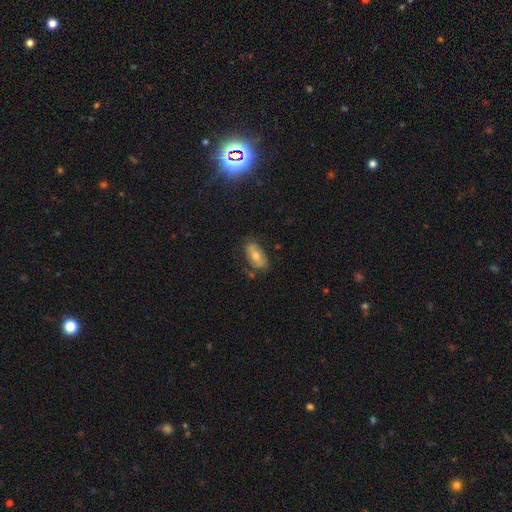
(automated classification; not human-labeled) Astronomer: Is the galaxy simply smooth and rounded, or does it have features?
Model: smooth — 56% (runner-up: featured or disk, 36%).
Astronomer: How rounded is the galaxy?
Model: in between — 90%.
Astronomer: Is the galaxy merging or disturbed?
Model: none — 71%.